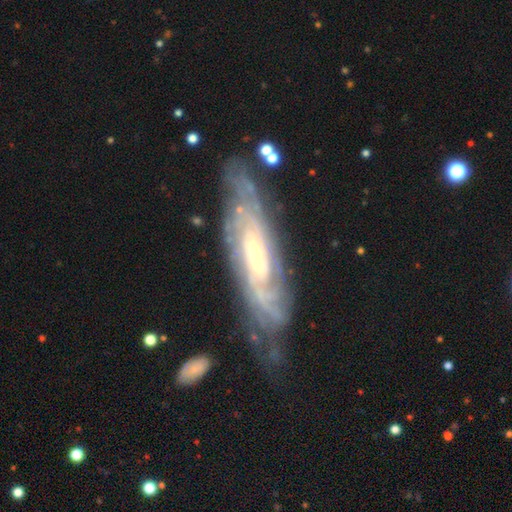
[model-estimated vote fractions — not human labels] This appears to be a featured or disk galaxy (85%) with no bar (55%), tight (71%) spiral arms (95%) and a small central bulge (55%). Merging: none (70%).